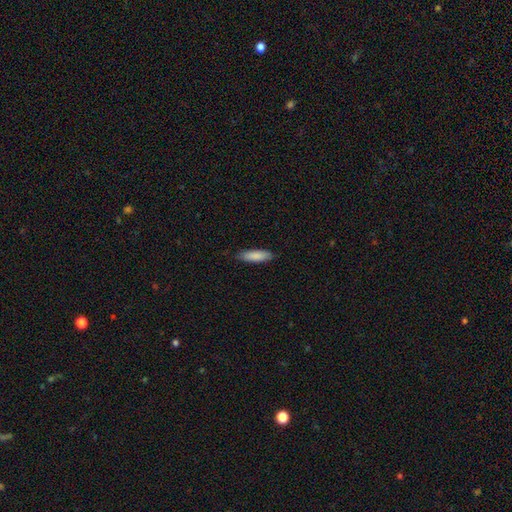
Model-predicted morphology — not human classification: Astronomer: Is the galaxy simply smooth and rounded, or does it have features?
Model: smooth — 87%.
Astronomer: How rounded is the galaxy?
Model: cigar-shaped — 56% (runner-up: in between, 42%).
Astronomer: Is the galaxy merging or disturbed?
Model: none — 85%.